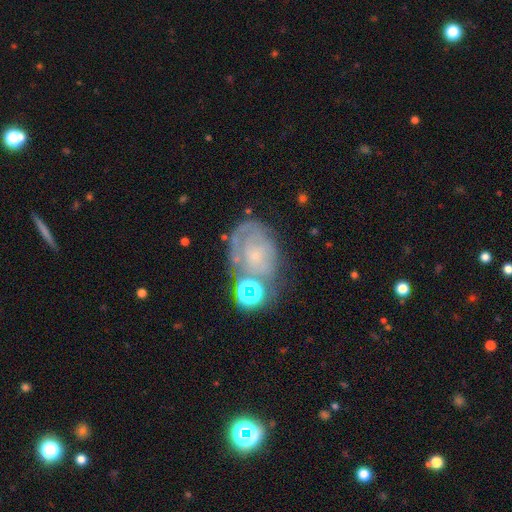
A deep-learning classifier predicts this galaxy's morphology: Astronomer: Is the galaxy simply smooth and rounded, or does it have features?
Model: featured or disk — 60%.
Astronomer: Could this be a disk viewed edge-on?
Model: no — 96%.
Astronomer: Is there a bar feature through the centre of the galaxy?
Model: no — 79%.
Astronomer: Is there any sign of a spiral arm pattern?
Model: yes — 72%.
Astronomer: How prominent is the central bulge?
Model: small — 69%.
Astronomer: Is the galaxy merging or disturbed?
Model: none — 48% (runner-up: minor disturbance, 23%).